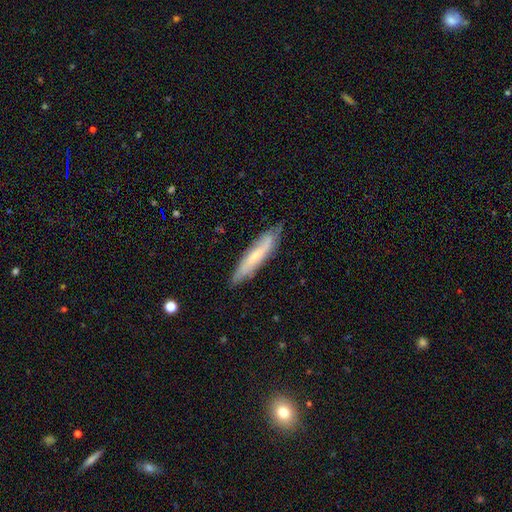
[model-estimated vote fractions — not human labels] smooth-or-featured: featured or disk: 49% | smooth: 44% | star or artifact: 7%
  merging: none: 77% | minor disturbance: 18% | major disturbance: 3% | merger: 2%